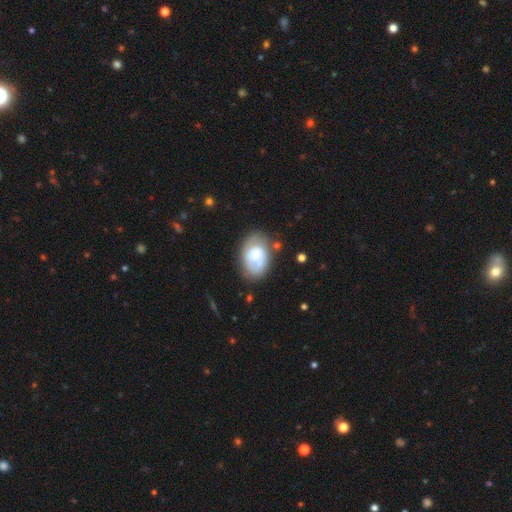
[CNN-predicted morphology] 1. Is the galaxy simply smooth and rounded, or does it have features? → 52% featured or disk, 40% smooth, 7% star or artifact.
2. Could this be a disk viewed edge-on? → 97% no, 3% yes.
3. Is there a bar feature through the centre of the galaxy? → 67% no, 28% weak, 5% strong.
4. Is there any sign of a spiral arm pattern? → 76% yes, 24% no.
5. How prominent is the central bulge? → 41% small, 31% moderate, 14% large, 11% none, 3% dominant.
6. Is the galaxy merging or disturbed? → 62% none, 22% minor disturbance, 11% major disturbance, 5% merger.